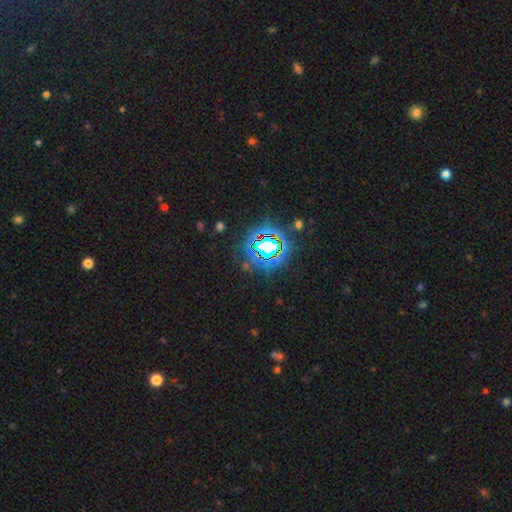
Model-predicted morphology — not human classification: Smooth or featured? Predicted: star or artifact (p=0.82).